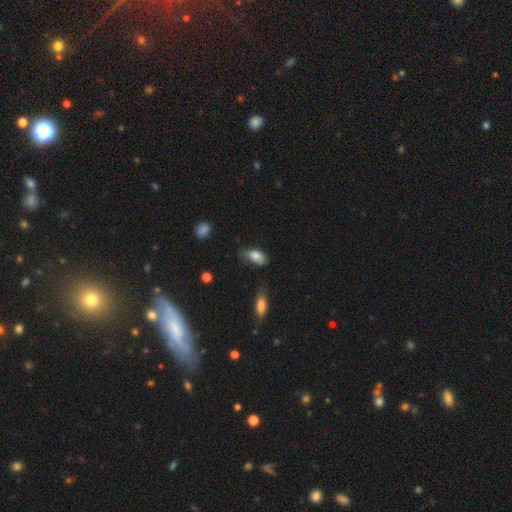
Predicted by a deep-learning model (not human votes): Smooth or featured: smooth — 82% (featured or disk — 11%)
How rounded: in between — 92% (round — 4%)
Merging: none — 45% (minor disturbance — 40%)